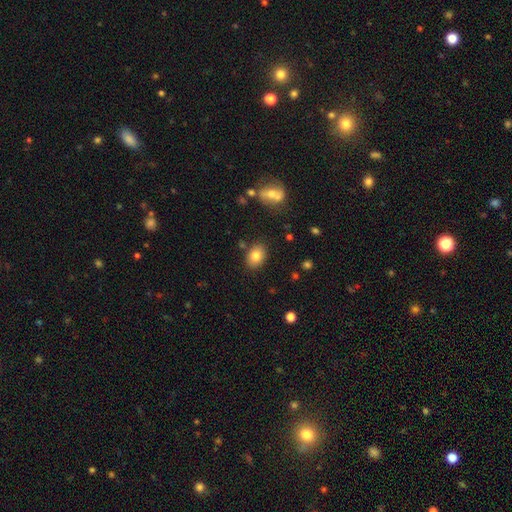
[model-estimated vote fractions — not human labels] This is clearly a smooth galaxy (80%). How rounded: likely in between (74%). Merging: clearly none (83%).